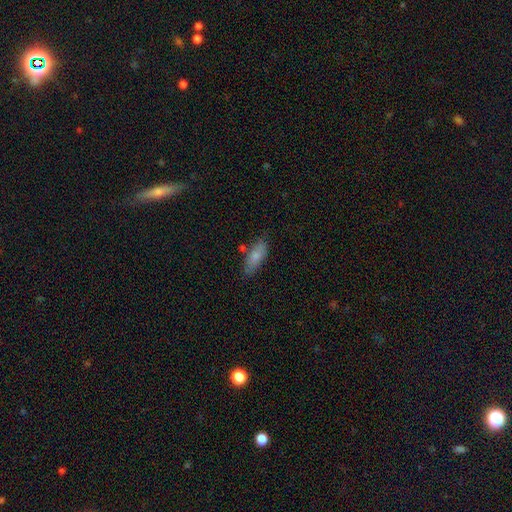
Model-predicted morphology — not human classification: This appears to be a smooth galaxy with no disk features (77%) that is in between round and cigar-shaped (67%). Merging: none (73%).